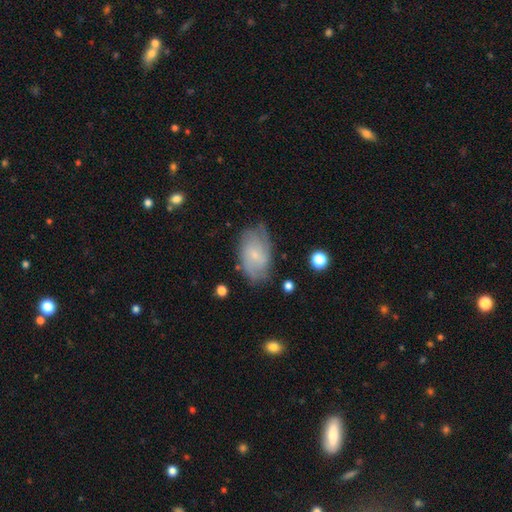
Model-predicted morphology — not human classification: smooth_or_featured: featured or disk (p=0.62) [alt: smooth p=0.30]
disk_edge_on: no (p=0.96) [alt: yes p=0.04]
bar: no (p=0.60) [alt: weak p=0.35]
has_spiral_arms: yes (p=0.86) [alt: no p=0.14]
spiral_winding: tight (p=0.42) [alt: medium p=0.40]
spiral_arm_count: 2 (p=0.40) [alt: can't tell p=0.38]
bulge_size: small (p=0.77) [alt: moderate p=0.16]
merging: none (p=0.69) [alt: minor disturbance p=0.22]